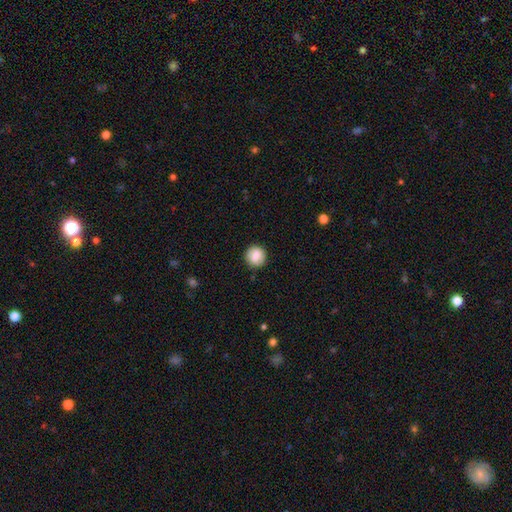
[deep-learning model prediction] Smooth or featured: smooth — 82% (featured or disk — 10%)
How rounded: round — 89% (in between — 10%)
Merging: none — 89% (minor disturbance — 8%)